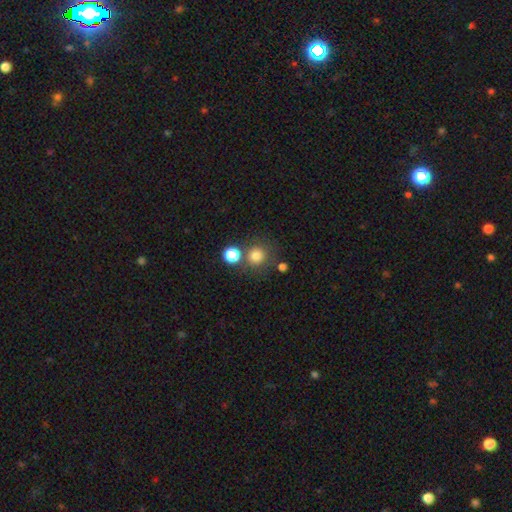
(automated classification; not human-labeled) This appears to be a smooth galaxy with no disk features (79%) that is round (92%). Merging: none (72%).